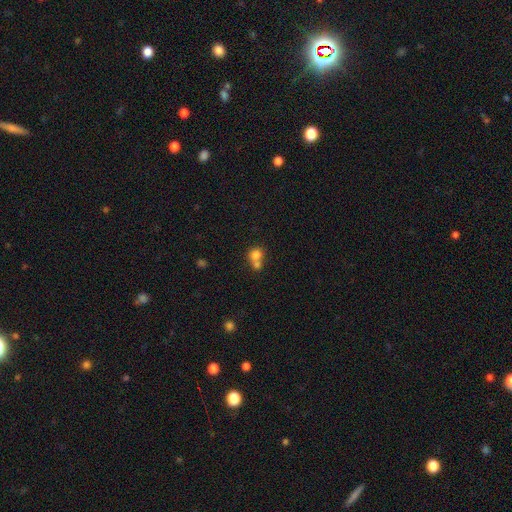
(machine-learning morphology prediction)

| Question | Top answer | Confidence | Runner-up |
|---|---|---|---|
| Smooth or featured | smooth | 78% | star or artifact (11%) |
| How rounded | round | 81% | in between (18%) |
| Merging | merger | 55% | none (36%) |